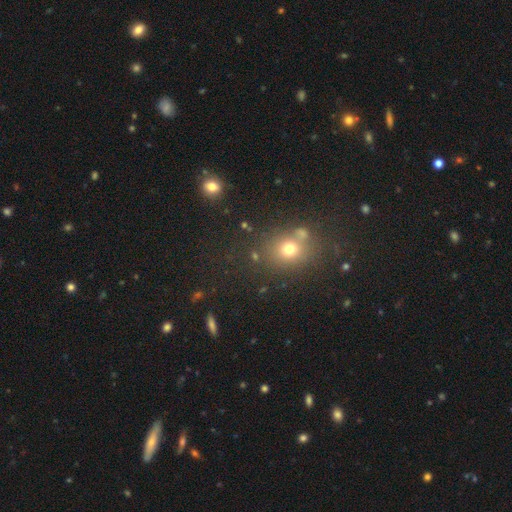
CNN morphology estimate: This appears to be a smooth galaxy with no disk features (63%) that is round (69%). Merging: none (68%).